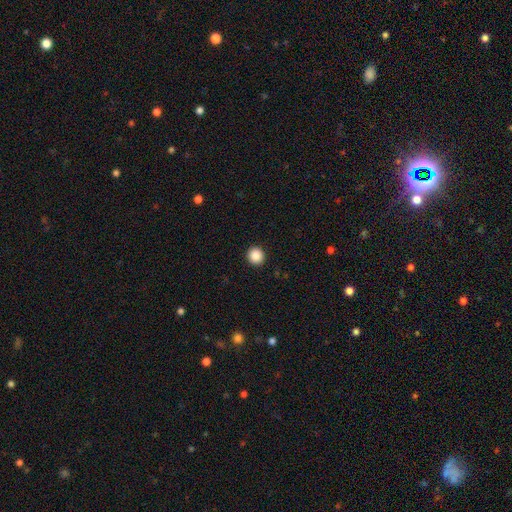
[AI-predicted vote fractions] Smooth or featured? Predicted: smooth (p=0.87). How rounded? Predicted: round (p=0.93). Merging? Predicted: none (p=0.93).